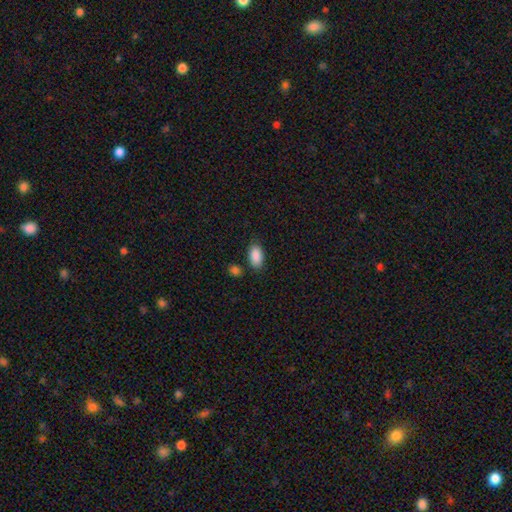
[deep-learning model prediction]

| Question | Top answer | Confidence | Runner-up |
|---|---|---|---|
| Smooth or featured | smooth | 90% | star or artifact (7%) |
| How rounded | in between | 94% | round (3%) |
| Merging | none | 80% | minor disturbance (12%) |